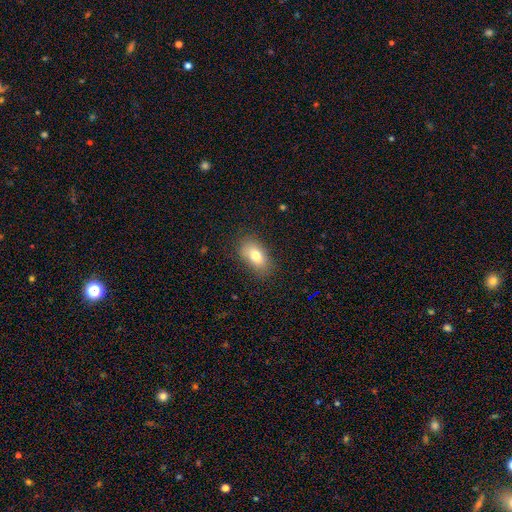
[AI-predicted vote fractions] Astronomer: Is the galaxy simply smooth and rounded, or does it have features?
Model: smooth — 78%.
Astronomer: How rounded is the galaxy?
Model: in between — 90%.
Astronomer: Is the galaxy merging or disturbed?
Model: none — 82%.